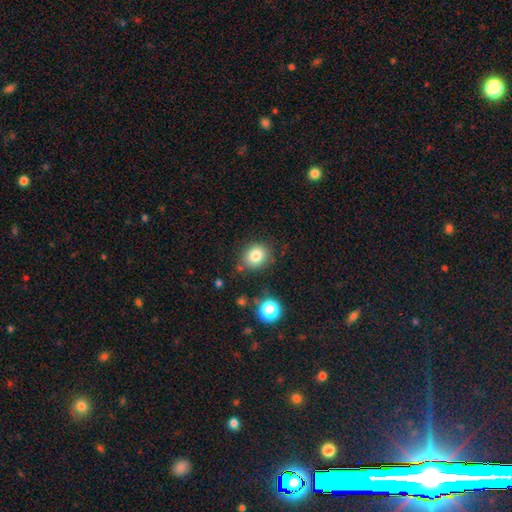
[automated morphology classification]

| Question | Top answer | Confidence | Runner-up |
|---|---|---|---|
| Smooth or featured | smooth | 81% | star or artifact (12%) |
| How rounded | round | 71% | in between (28%) |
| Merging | none | 78% | minor disturbance (14%) |